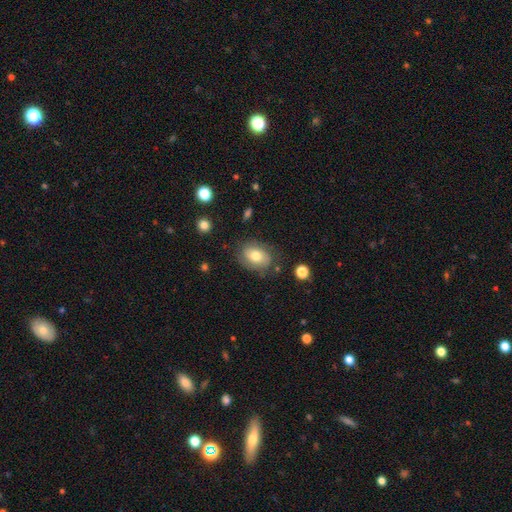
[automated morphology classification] This is likely a smooth galaxy (60%). How rounded: likely in between (73%). Merging: likely none (71%).